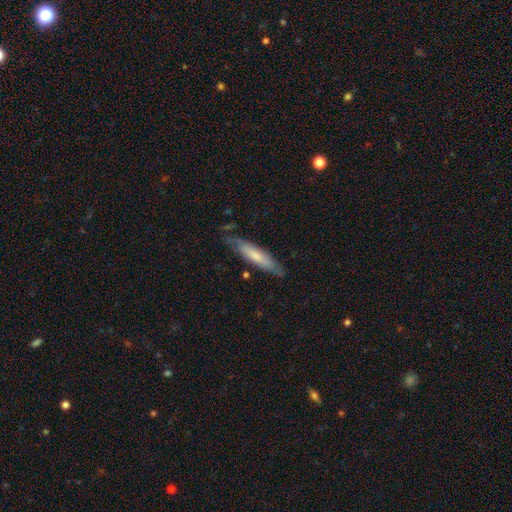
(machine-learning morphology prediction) Smooth or featured?
  - smooth: 59% *
  - featured or disk: 36%
  - star or artifact: 5%
How rounded?
  - cigar-shaped: 79% *
  - in between: 19%
  - round: 1%
Merging?
  - none: 73% *
  - minor disturbance: 21%
  - major disturbance: 5%
  - merger: 2%